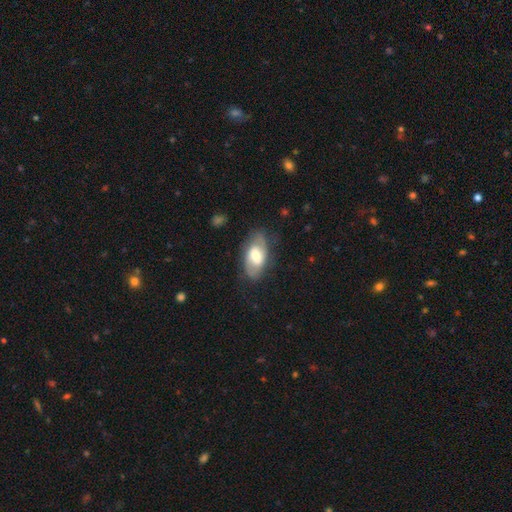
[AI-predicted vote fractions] Smooth or featured?
  - smooth: 50% *
  - featured or disk: 44%
  - star or artifact: 6%
How rounded?
  - in between: 92% *
  - round: 4%
  - cigar-shaped: 4%
Merging?
  - none: 73% *
  - minor disturbance: 19%
  - major disturbance: 6%
  - merger: 1%